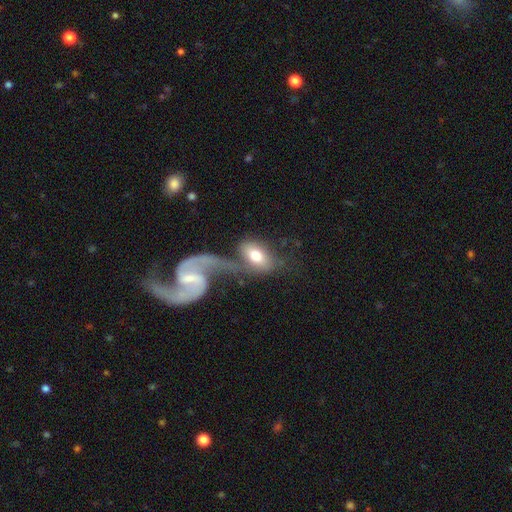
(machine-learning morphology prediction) A smooth galaxy with no disk features (63%) that is in between round and cigar-shaped (86%). Merging: merger (46%).